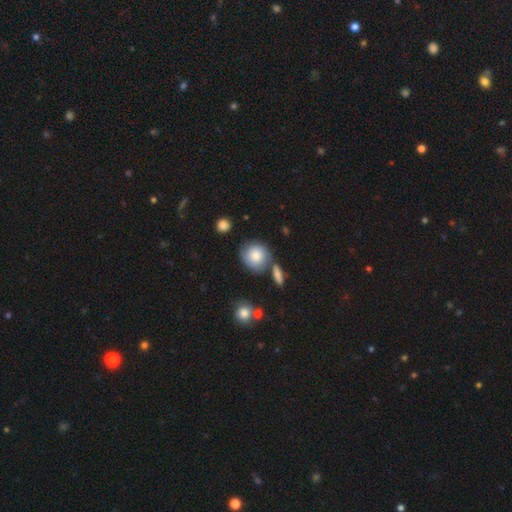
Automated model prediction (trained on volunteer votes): Q: Smooth or featured?
A: smooth (80%); runner-up: featured or disk (13%)
Q: How rounded?
A: round (83%); runner-up: in between (16%)
Q: Merging?
A: none (65%); runner-up: minor disturbance (16%)